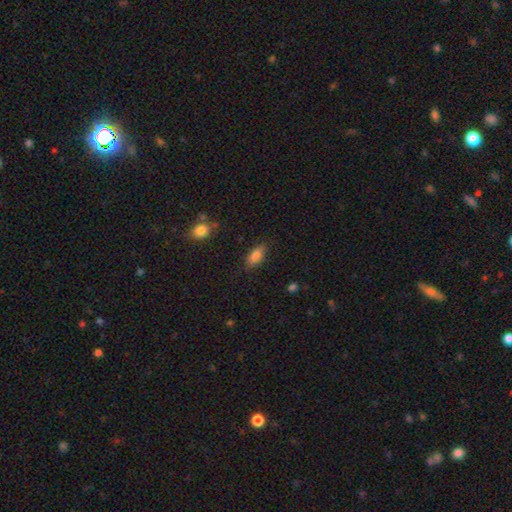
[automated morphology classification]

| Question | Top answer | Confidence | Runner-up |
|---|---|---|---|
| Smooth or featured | smooth | 84% | star or artifact (8%) |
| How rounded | in between | 85% | cigar-shaped (12%) |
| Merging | none | 81% | minor disturbance (14%) |